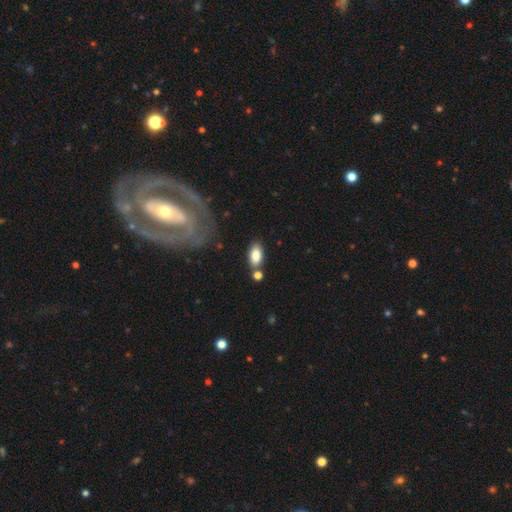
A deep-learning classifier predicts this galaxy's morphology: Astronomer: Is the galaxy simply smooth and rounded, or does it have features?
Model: smooth — 84%.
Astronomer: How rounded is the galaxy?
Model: in between — 92%.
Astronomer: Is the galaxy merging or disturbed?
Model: none — 70%.